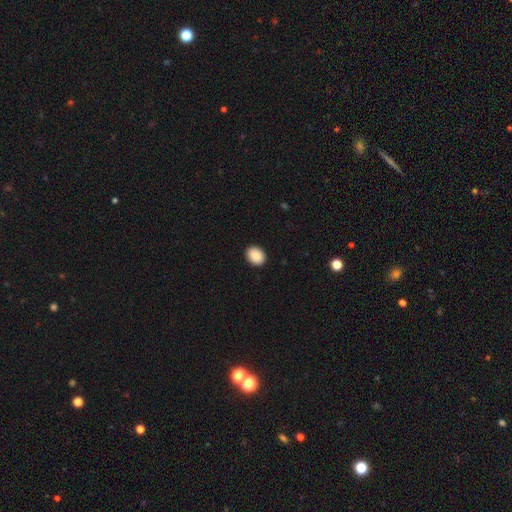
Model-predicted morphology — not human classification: This is clearly a smooth galaxy (89%). How rounded: possibly in between (54%). Merging: clearly none (92%).